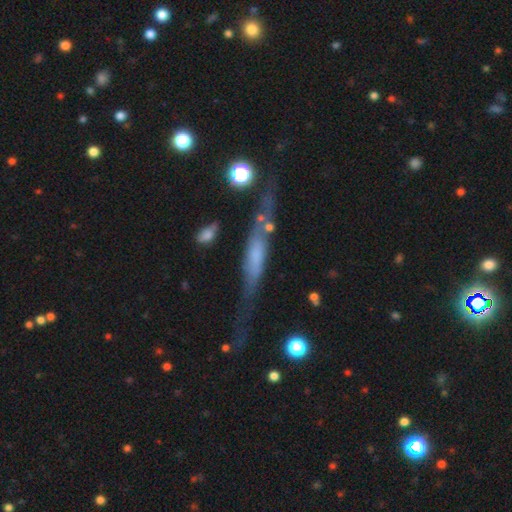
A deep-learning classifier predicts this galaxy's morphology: A featured or disk galaxy (59%) viewed edge-on (81%). Merging: none (57%).